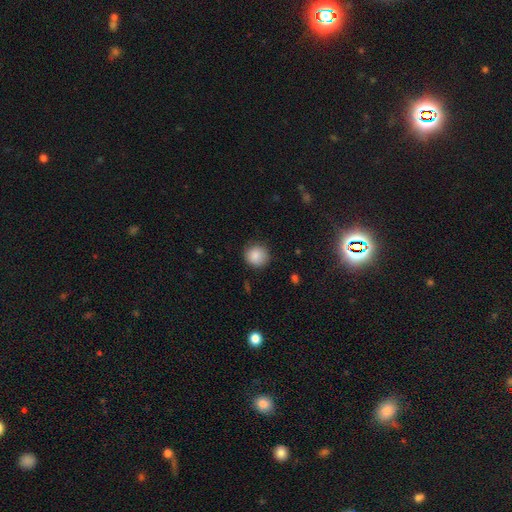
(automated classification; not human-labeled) Overall: smooth (87%). How rounded: round (92%). Merging: none (84%).